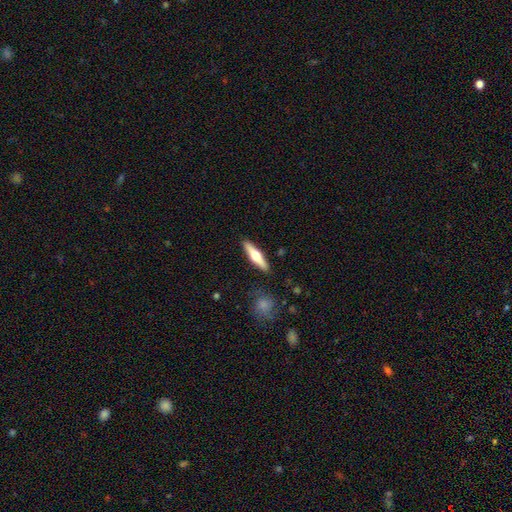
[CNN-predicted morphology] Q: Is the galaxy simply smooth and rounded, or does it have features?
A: featured or disk — 54%.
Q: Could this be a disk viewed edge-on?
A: yes — 94%.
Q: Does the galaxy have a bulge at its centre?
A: rounded — 94%.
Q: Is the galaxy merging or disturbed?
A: none — 89%.